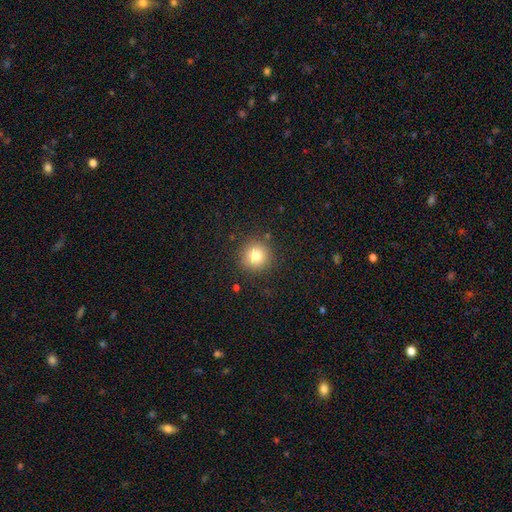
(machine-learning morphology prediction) This is clearly a smooth galaxy (80%). How rounded: clearly round (94%). Merging: clearly none (88%).